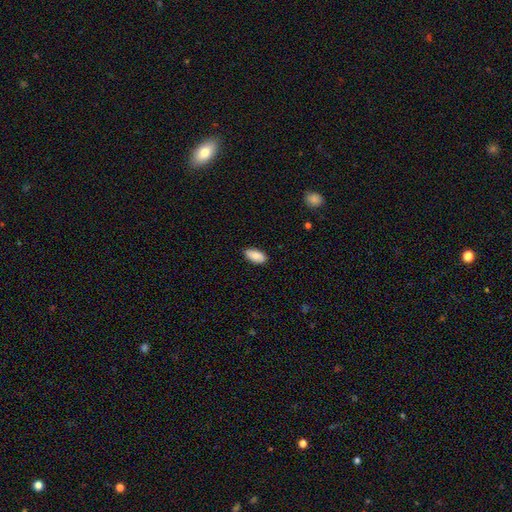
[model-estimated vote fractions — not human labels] The model was most divided on "merging": none: 85%, minor disturbance: 12%, major disturbance: 2%, merger: 1%. More confident: how rounded — in between (92%); smooth or featured — smooth (86%).